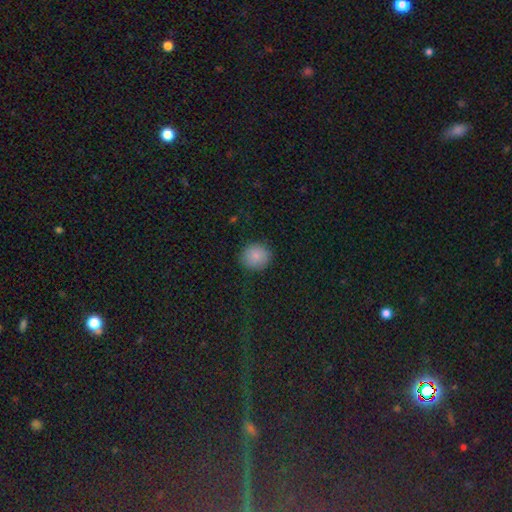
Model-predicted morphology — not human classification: Smooth or featured? smooth (83%)
How rounded? round (88%)
Merging? none (87%)